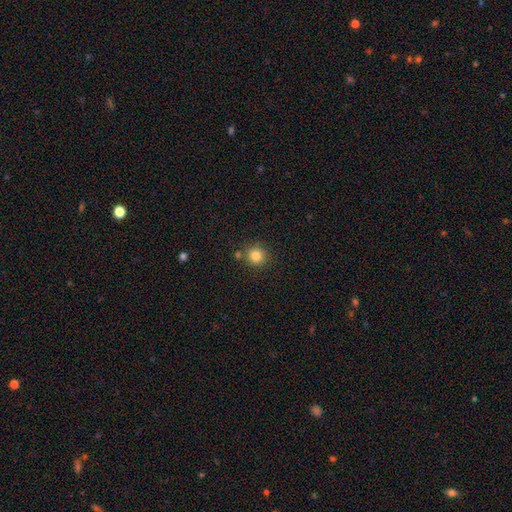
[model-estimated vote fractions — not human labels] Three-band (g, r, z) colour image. It shows a smooth galaxy with no disk features (83%) that is round (92%). Merging: none (80%).